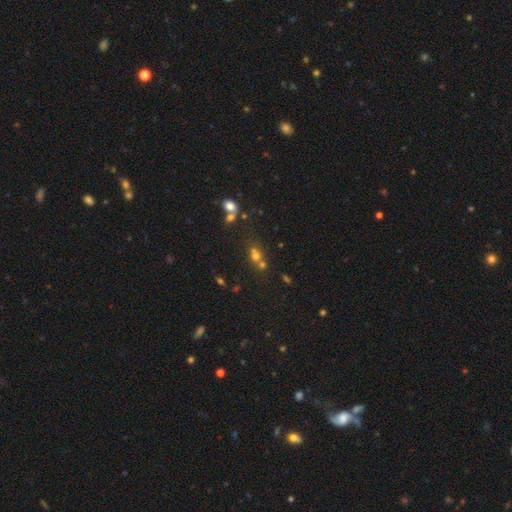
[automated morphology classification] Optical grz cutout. It shows a smooth galaxy with no disk features (58%) that is round (74%). Merging: merger (50%).